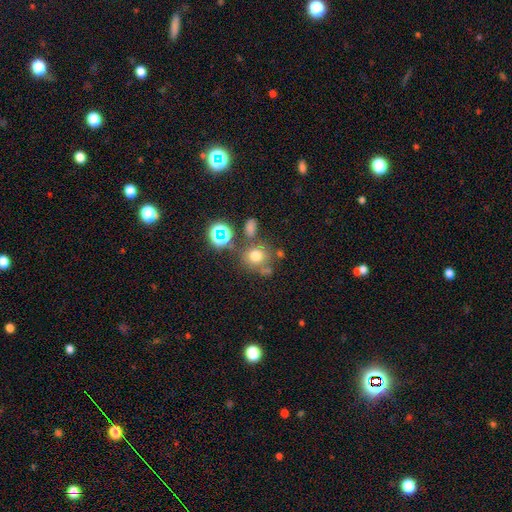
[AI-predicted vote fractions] The model was most divided on "merging": none: 62%, merger: 18%, minor disturbance: 14%, major disturbance: 7%. More confident: how rounded — round (81%); smooth or featured — smooth (67%).